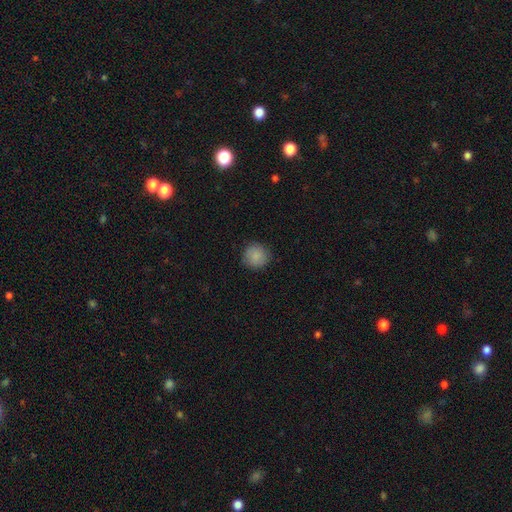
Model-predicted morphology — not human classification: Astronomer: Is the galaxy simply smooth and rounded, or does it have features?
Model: smooth — 87%.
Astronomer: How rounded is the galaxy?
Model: round — 93%.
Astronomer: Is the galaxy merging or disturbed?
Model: none — 88%.